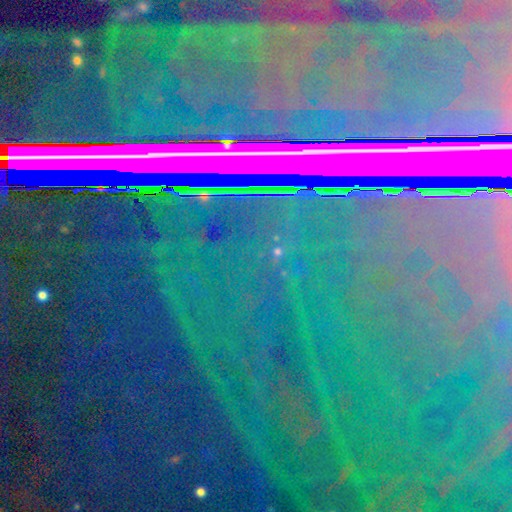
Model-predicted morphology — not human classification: Smooth or featured? star or artifact (88%)